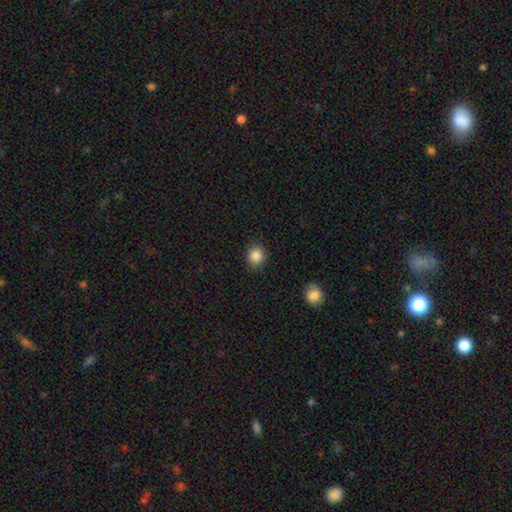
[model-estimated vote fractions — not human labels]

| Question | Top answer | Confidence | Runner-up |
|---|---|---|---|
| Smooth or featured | smooth | 86% | star or artifact (10%) |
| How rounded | round | 79% | in between (21%) |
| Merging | none | 89% | minor disturbance (8%) |